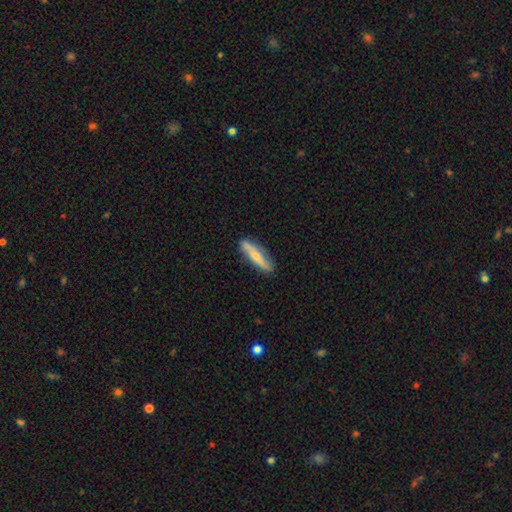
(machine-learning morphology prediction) Q: Smooth or featured?
A: smooth (49%); runner-up: featured or disk (45%)
Q: Merging?
A: none (84%); runner-up: minor disturbance (12%)